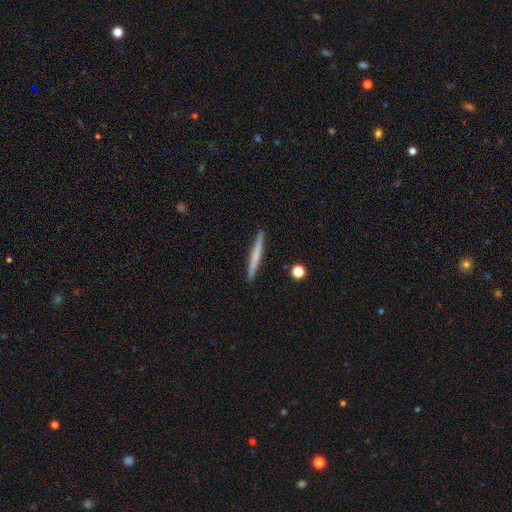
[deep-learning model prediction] Overall: smooth (54%; featured or disk 40%). How rounded: cigar-shaped (96%). Merging: none (92%).